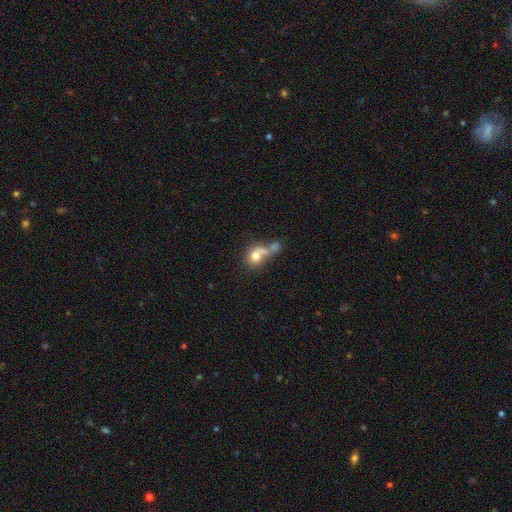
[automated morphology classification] The model was most divided on "merging": merger: 56%, none: 23%, major disturbance: 12%, minor disturbance: 10%. More confident: smooth or featured — smooth (73%); how rounded — round (66%).